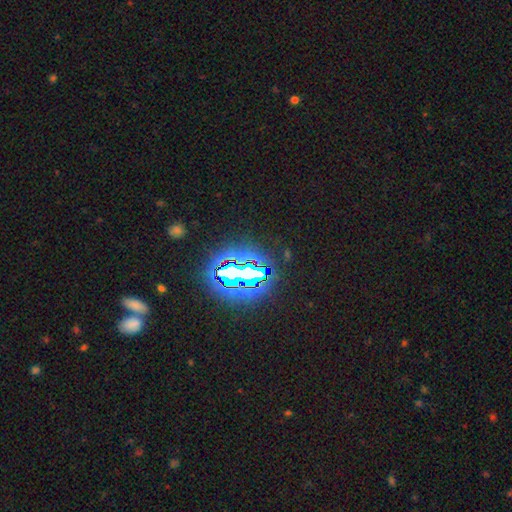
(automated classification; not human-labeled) smooth-or-featured: star or artifact: 81% | smooth: 11% | featured or disk: 8%